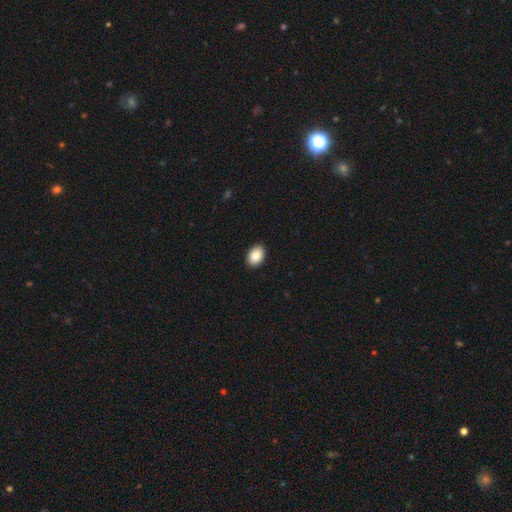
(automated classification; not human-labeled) Q: Smooth or featured?
A: smooth (89%); runner-up: star or artifact (7%)
Q: How rounded?
A: in between (82%); runner-up: round (17%)
Q: Merging?
A: none (91%); runner-up: minor disturbance (6%)